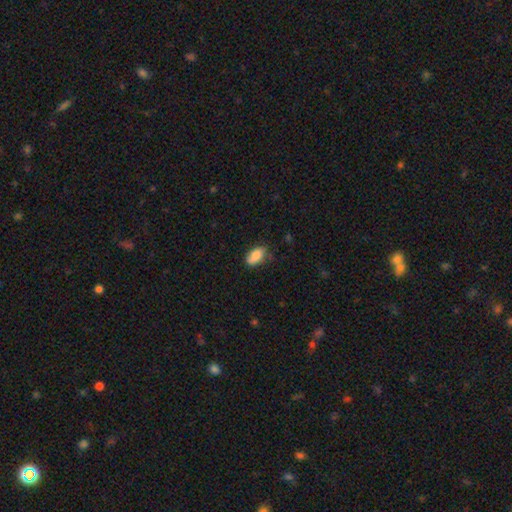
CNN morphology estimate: Smooth or featured: smooth — 86% (star or artifact — 7%)
How rounded: in between — 92% (round — 4%)
Merging: none — 69% (minor disturbance — 24%)